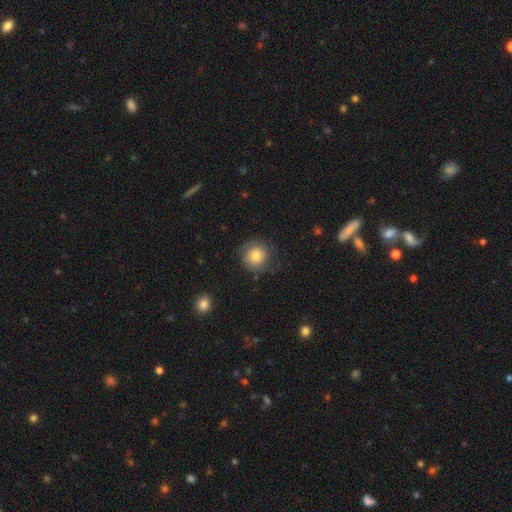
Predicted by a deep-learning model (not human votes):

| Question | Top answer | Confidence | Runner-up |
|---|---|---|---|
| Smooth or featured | smooth | 81% | featured or disk (10%) |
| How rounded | round | 91% | in between (8%) |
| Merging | none | 79% | minor disturbance (15%) |